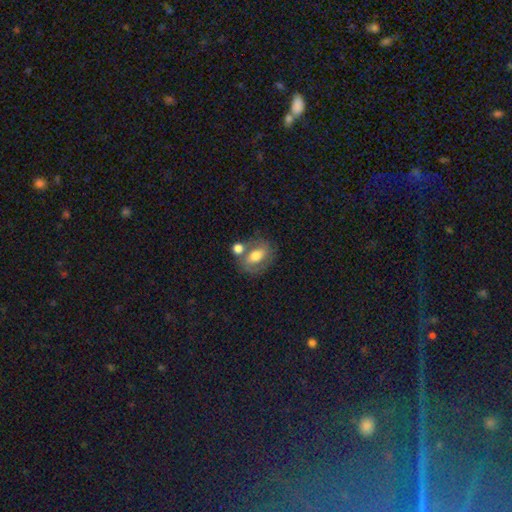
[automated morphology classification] Smooth or featured? Predicted: smooth (p=0.51). How rounded? Predicted: in between (p=0.71). Merging? Predicted: none (p=0.53).